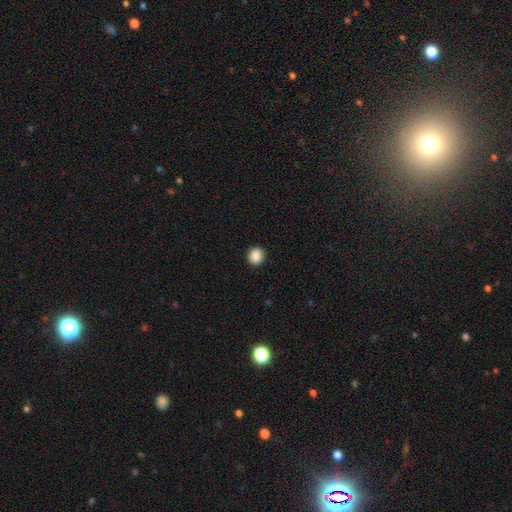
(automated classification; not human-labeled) smooth 88%, star or artifact 9%, featured or disk 3%. Down the decision tree: how rounded — round (85%); merging — none (92%).